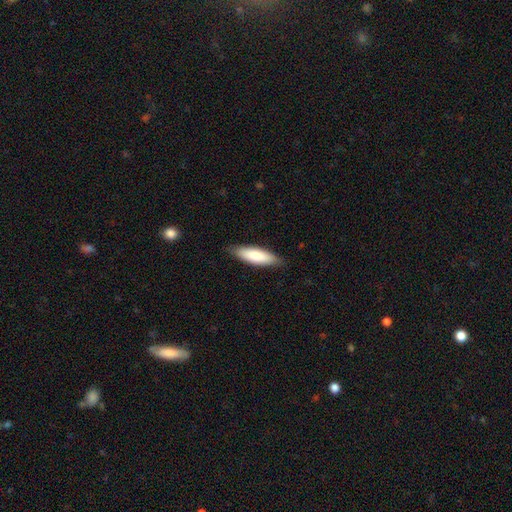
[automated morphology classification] The model was most divided on "how rounded": cigar-shaped: 51%, in between: 48%, round: 1%. More confident: merging — none (85%); smooth or featured — smooth (83%).